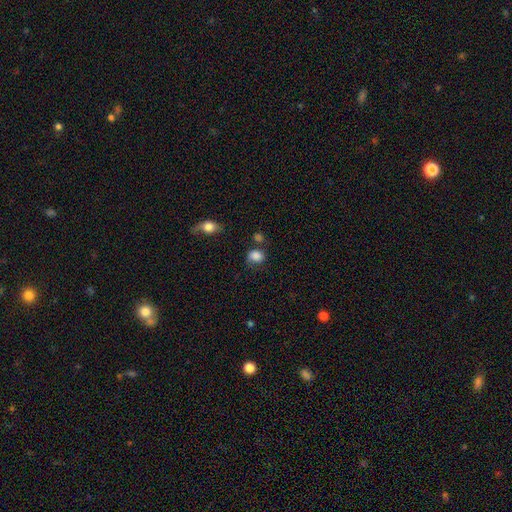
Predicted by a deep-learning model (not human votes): Overall: smooth (84%). How rounded: round (52%; in between 47%). Merging: none (59%; minor disturbance 23%).